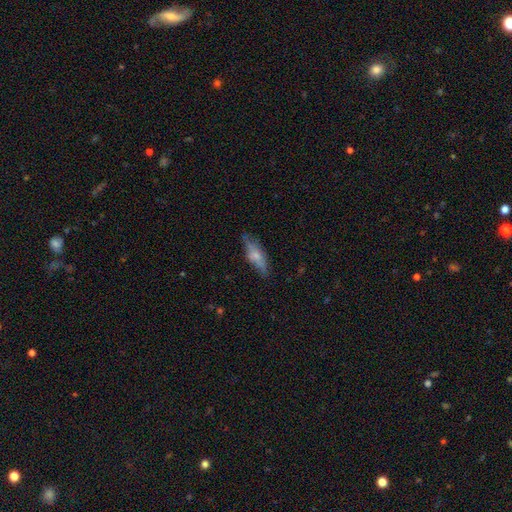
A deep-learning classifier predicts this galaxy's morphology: smooth_or_featured: smooth (p=0.57) [alt: featured or disk p=0.36]
how_rounded: cigar-shaped (p=0.51) [alt: in between p=0.47]
merging: none (p=0.70) [alt: minor disturbance p=0.22]